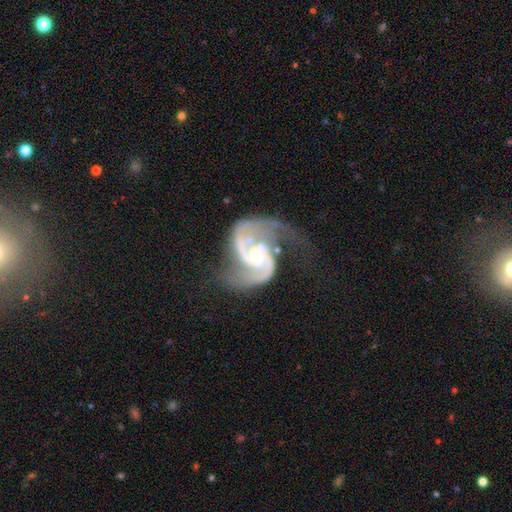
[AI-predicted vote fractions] smooth-or-featured: featured or disk: 93% | star or artifact: 4% | smooth: 3%
  disk-edge-on: no: 98% | yes: 2%
    bar: no: 47% | weak: 42% | strong: 12%
    has-spiral-arms: yes: 98% | no: 2%
      spiral-winding: medium: 56% | loose: 26% | tight: 19%
      spiral-arm-count: 2: 91% | can't tell: 2% | 1: 2% | 3: 2% | 4: 1% | more than 4: 1%
    bulge-size: small: 57% | moderate: 31% | none: 8% | large: 3% | dominant: 1%
  merging: none: 45% | major disturbance: 27% | minor disturbance: 20% | merger: 8%